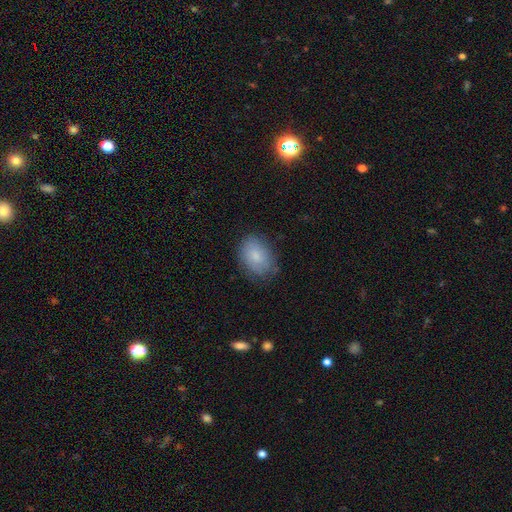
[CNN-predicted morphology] Smooth or featured? smooth (76%)
How rounded? in between (79%)
Merging? none (76%)